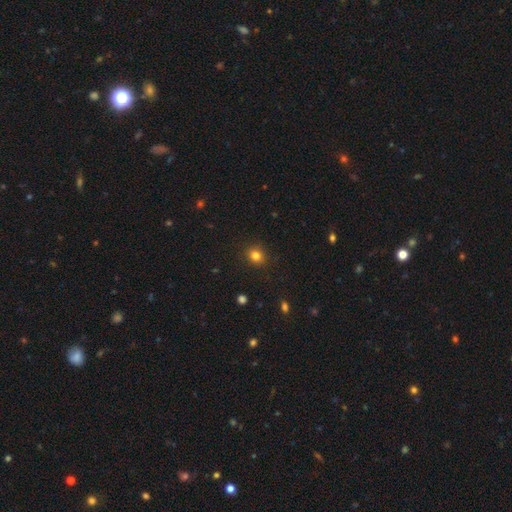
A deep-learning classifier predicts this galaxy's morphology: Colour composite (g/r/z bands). It shows a smooth galaxy with no disk features (82%) that is round (76%). Merging: none (90%).